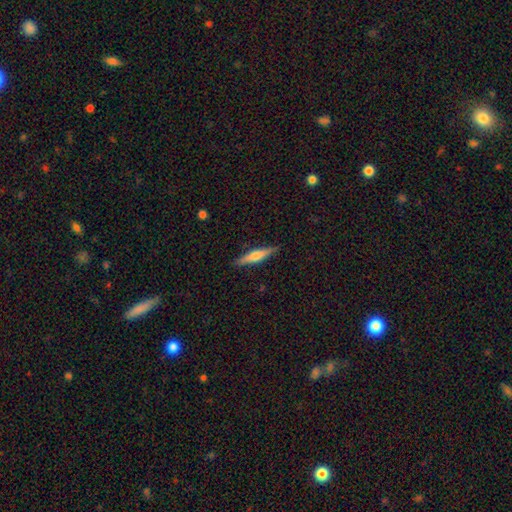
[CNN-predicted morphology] Smooth or featured: featured or disk — 49% (smooth — 45%)
Merging: none — 89% (minor disturbance — 9%)